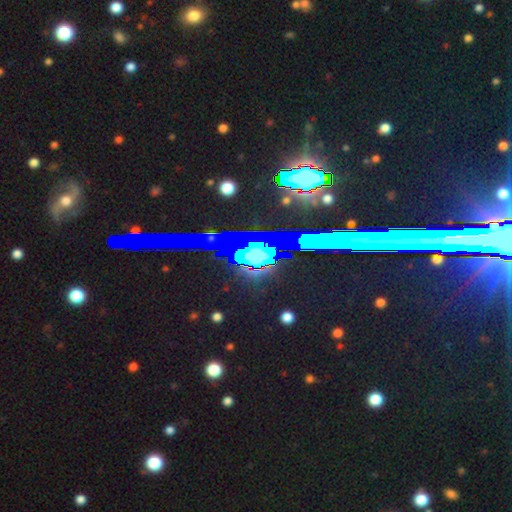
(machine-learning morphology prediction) A star or artifact, not a galaxy (60%).

Vote fractions:
- Smooth or featured? star or artifact: 60% / smooth: 25% / featured or disk: 14%